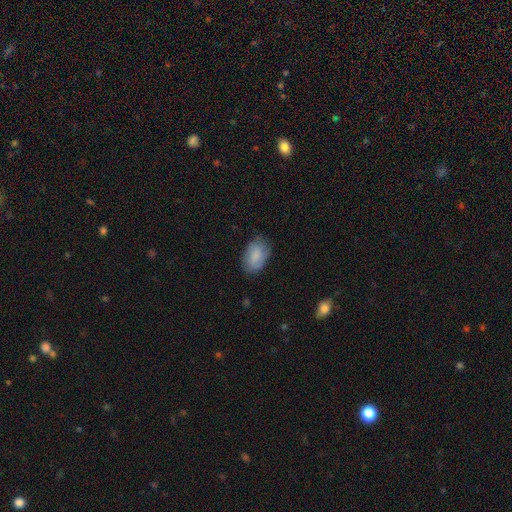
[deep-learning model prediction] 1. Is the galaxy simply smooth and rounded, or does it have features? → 83% smooth, 11% featured or disk, 6% star or artifact.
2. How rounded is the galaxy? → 90% in between, 9% round, 1% cigar-shaped.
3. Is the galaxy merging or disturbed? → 76% none, 19% minor disturbance, 4% major disturbance, 1% merger.